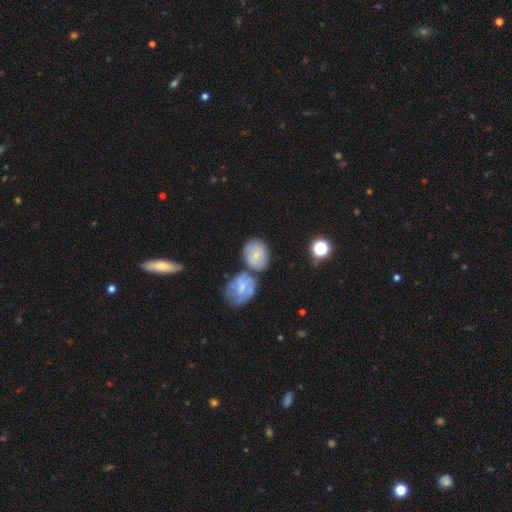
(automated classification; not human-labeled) Morphology: type=smooth (50%); roundness=in between (54%); merging=none (41%, tied with merger).